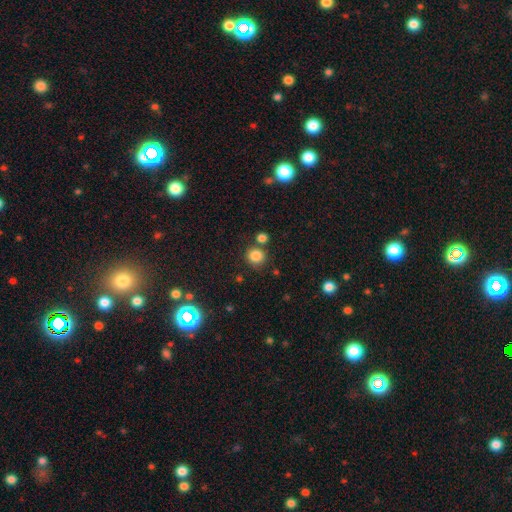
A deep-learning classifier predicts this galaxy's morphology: Smooth or featured? smooth (83%)
How rounded? round (87%)
Merging? none (75%)